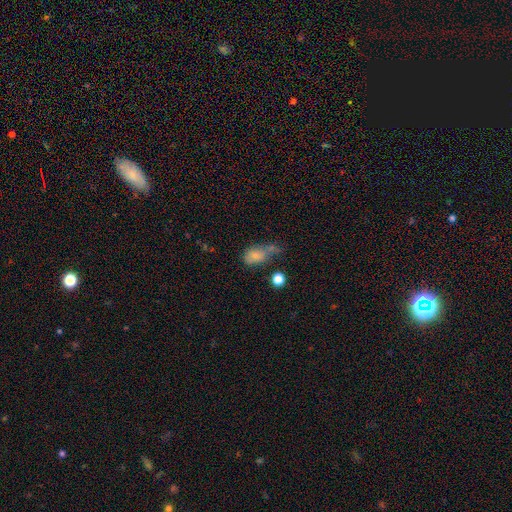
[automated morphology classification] Smooth or featured?
  - smooth: 72% *
  - featured or disk: 17%
  - star or artifact: 12%
How rounded?
  - in between: 79% *
  - round: 18%
  - cigar-shaped: 3%
Merging?
  - none: 29% *
  - merger: 24%
  - minor disturbance: 24%
  - major disturbance: 23%